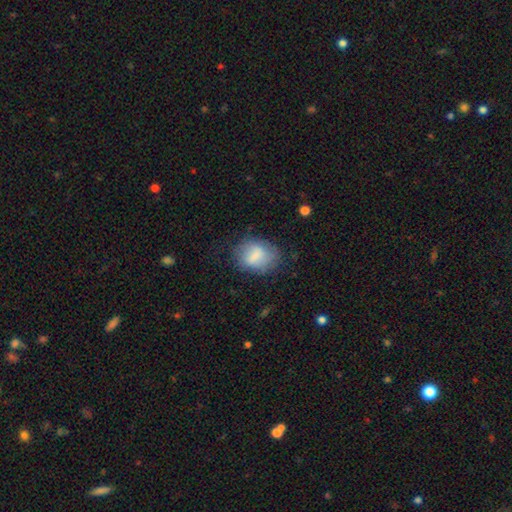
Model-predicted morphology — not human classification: Q: Smooth or featured?
A: smooth (73%); runner-up: featured or disk (18%)
Q: How rounded?
A: in between (64%); runner-up: round (35%)
Q: Merging?
A: none (65%); runner-up: minor disturbance (23%)